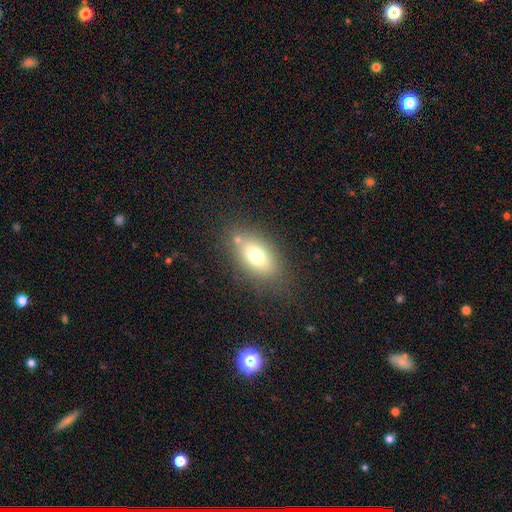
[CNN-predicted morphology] A smooth galaxy with no disk features (74%) that is in between round and cigar-shaped (86%). Merging: none (72%).